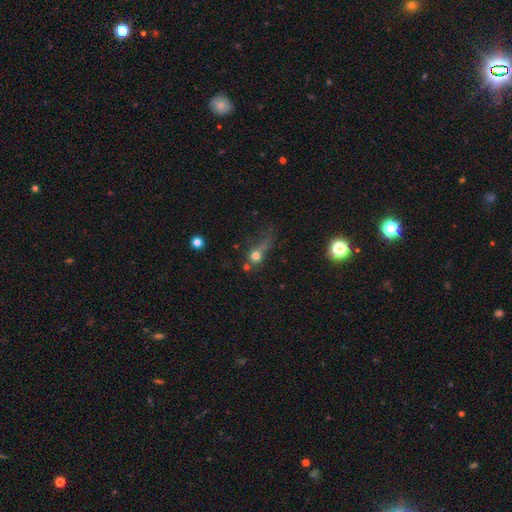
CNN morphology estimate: Smooth or featured: smooth — 66% (featured or disk — 17%)
How rounded: round — 74% (in between — 21%)
Merging: major disturbance — 39% (none — 28%)